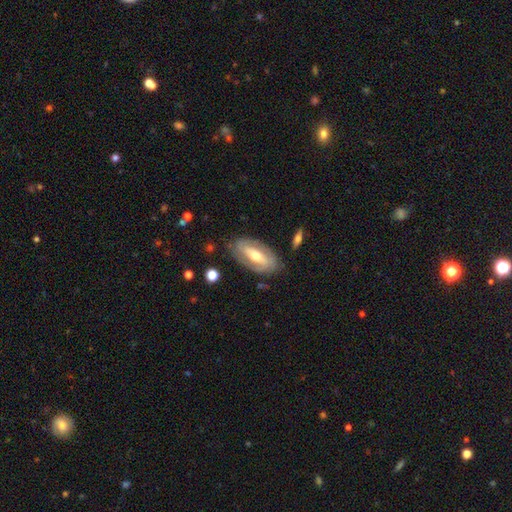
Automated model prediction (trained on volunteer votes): smooth-or-featured: featured or disk: 64% | smooth: 30% | star or artifact: 5%
  disk-edge-on: no: 84% | yes: 16%
    bar: strong: 45% | no: 28% | weak: 27%
    has-spiral-arms: yes: 55% | no: 45%
    bulge-size: moderate: 68% | small: 22% | large: 8% | dominant: 1% | none: 1%
  merging: none: 77% | minor disturbance: 15% | major disturbance: 5% | merger: 2%